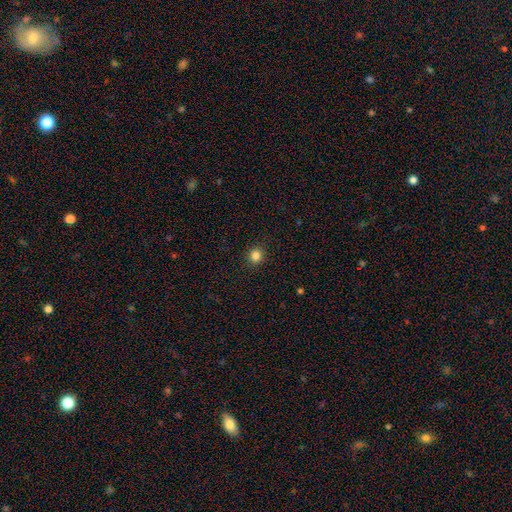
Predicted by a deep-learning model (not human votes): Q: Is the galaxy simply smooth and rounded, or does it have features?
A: smooth — 83%.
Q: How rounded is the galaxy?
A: round — 90%.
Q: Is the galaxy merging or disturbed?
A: none — 92%.